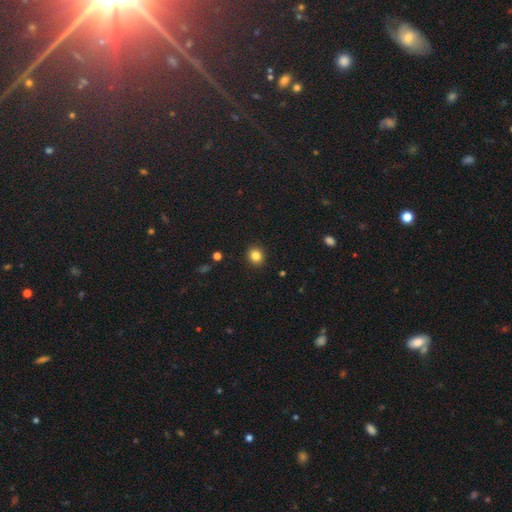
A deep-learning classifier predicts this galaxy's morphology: smooth 84%, star or artifact 11%, featured or disk 5%. Down the decision tree: how rounded — round (77%); merging — none (91%).